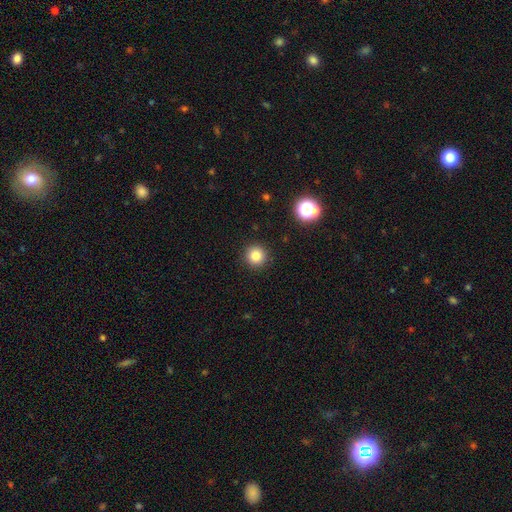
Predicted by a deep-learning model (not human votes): A smooth galaxy with no disk features (82%) that is round (95%). Merging: none (92%).